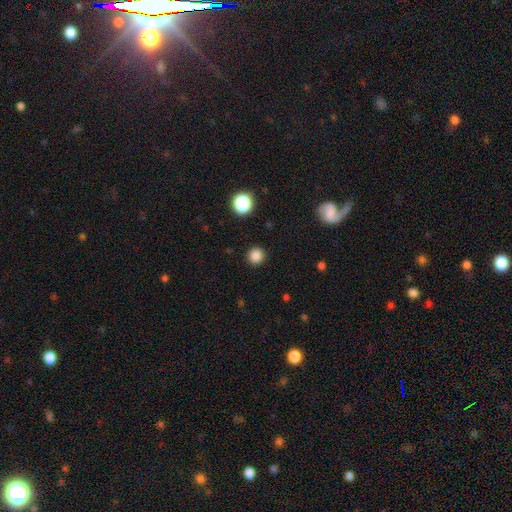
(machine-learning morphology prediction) This is clearly a smooth galaxy (84%). How rounded: clearly round (94%). Merging: clearly none (92%).